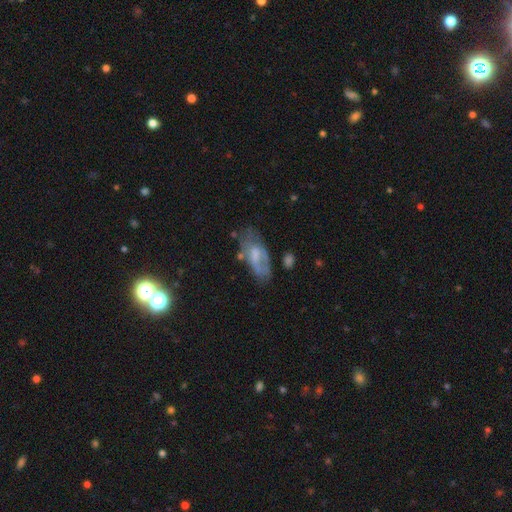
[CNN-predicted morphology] Smooth or featured? smooth (46%)
Merging? none (50%)